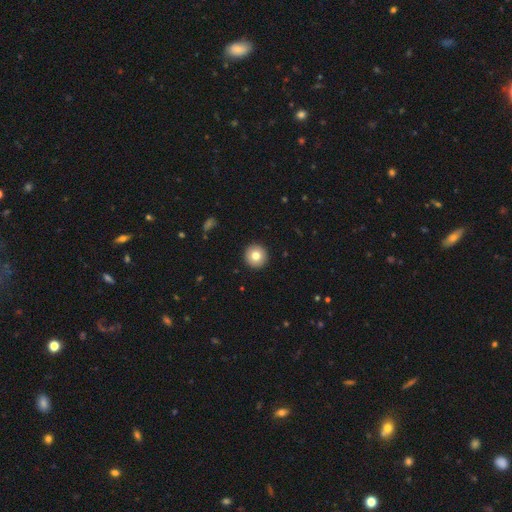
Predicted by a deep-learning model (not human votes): This is likely a smooth galaxy (80%). How rounded: clearly round (96%). Merging: clearly none (93%).